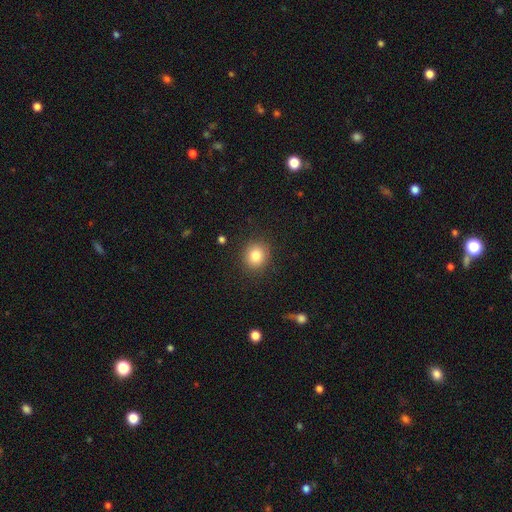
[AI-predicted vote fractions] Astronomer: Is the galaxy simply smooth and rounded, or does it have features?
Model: smooth — 82%.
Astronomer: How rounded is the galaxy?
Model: round — 82%.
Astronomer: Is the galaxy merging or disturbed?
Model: none — 89%.